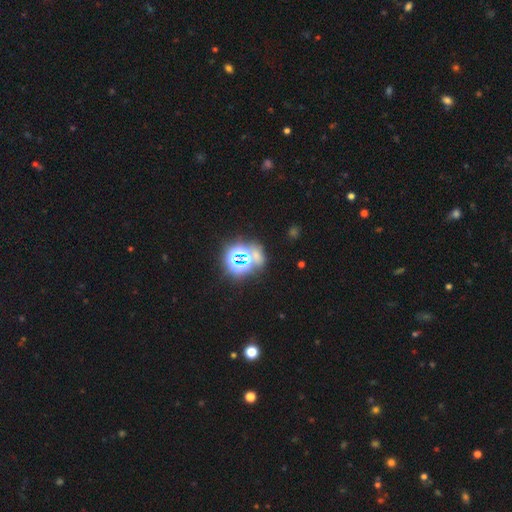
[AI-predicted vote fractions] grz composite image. It shows a star or artifact, not a galaxy (66%).